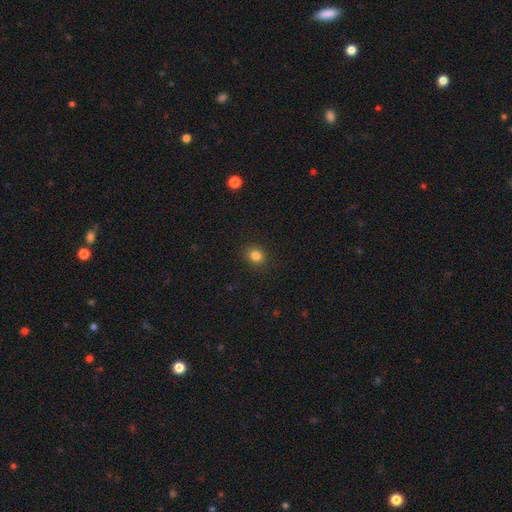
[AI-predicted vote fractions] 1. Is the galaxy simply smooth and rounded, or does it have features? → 83% smooth, 12% star or artifact, 5% featured or disk.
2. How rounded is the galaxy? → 75% round, 24% in between, 1% cigar-shaped.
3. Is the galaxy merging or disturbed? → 90% none, 7% minor disturbance, 2% major disturbance, 1% merger.